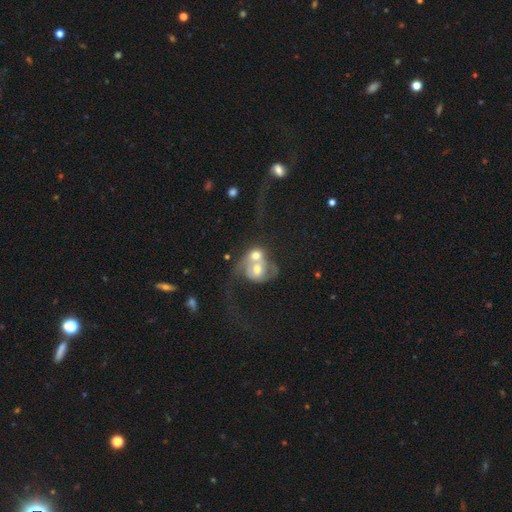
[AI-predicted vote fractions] Smooth or featured? featured or disk (56%)
Edge-on disk? no (97%)
Bar? no (77%)
Spiral arms? yes (60%)
Bulge size? moderate (59%)
Merging? merger (76%)